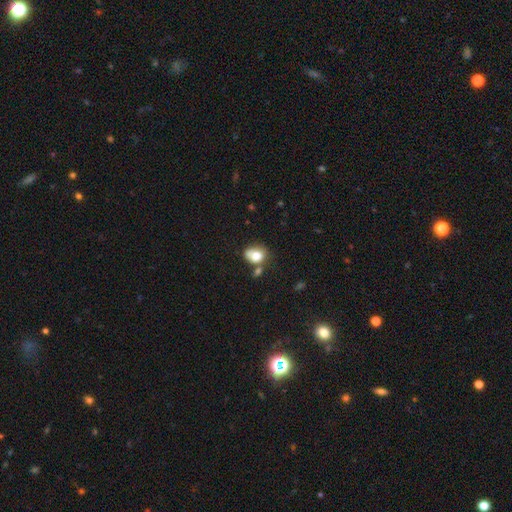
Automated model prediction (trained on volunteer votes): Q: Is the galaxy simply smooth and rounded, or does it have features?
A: smooth — 77%.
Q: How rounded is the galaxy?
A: in between — 62%.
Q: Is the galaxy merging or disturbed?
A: none — 35%.